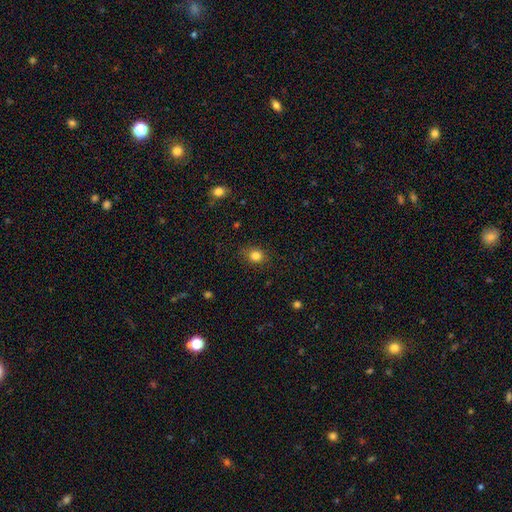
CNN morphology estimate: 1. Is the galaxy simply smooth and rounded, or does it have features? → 83% smooth, 12% star or artifact, 5% featured or disk.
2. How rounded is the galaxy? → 73% round, 26% in between, 1% cigar-shaped.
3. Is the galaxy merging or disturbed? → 84% none, 11% minor disturbance, 3% major disturbance, 1% merger.